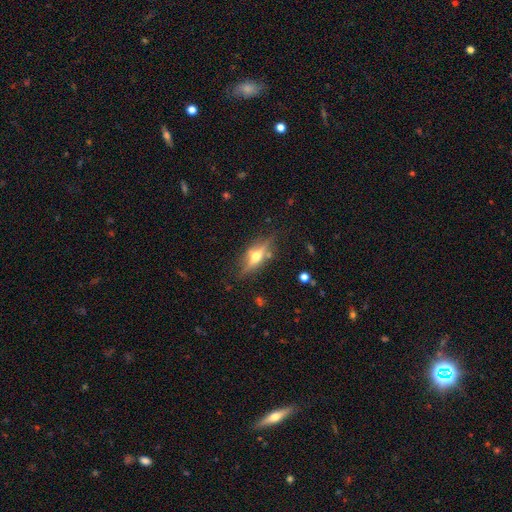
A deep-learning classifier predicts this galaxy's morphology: Smooth or featured?
  - featured or disk: 64% *
  - smooth: 27%
  - star or artifact: 9%
Edge-on disk?
  - yes: 91% *
  - no: 9%
Edge-on bulge?
  - rounded: 94% *
  - boxy: 3%
  - none: 2%
Merging?
  - none: 80% *
  - minor disturbance: 13%
  - major disturbance: 4%
  - merger: 3%